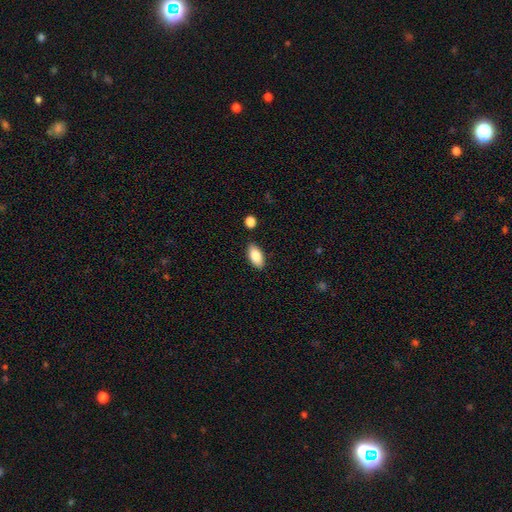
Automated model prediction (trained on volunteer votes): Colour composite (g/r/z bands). It shows a smooth galaxy with no disk features (84%) that is in between round and cigar-shaped (91%). Merging: none (85%).